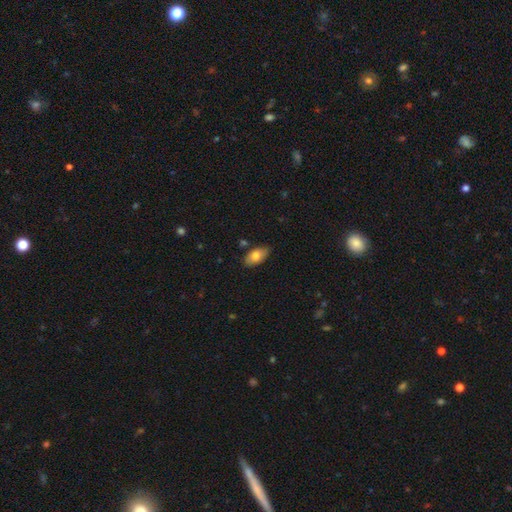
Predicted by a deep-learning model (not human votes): Smooth or featured: smooth — 78% (featured or disk — 15%)
How rounded: in between — 93% (round — 4%)
Merging: none — 80% (minor disturbance — 15%)